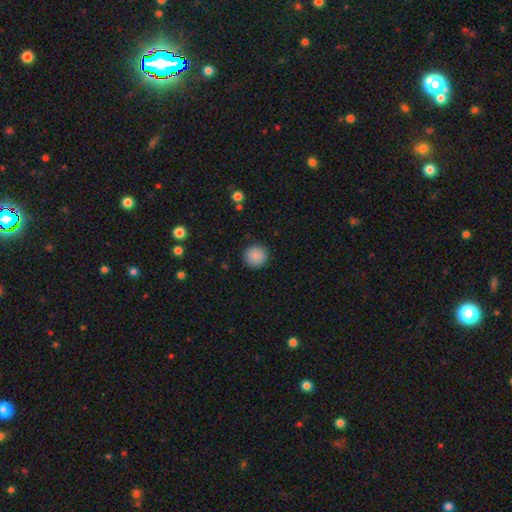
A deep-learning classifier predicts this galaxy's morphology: This appears to be a smooth galaxy with no disk features (87%) that is round (95%). Merging: none (91%).